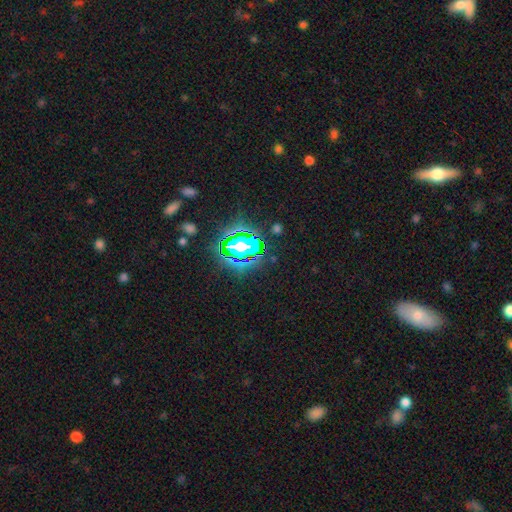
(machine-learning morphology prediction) Smooth or featured? Predicted: star or artifact (p=0.80).